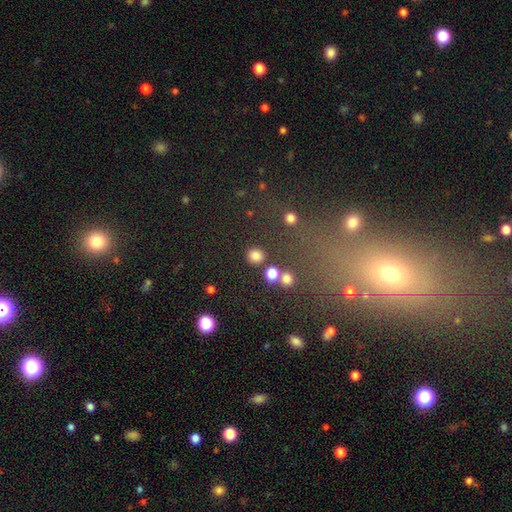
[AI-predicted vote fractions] smooth_or_featured: smooth (p=0.82) [alt: star or artifact p=0.13]
how_rounded: round (p=0.91) [alt: in between p=0.08]
merging: none (p=0.86) [alt: minor disturbance p=0.06]